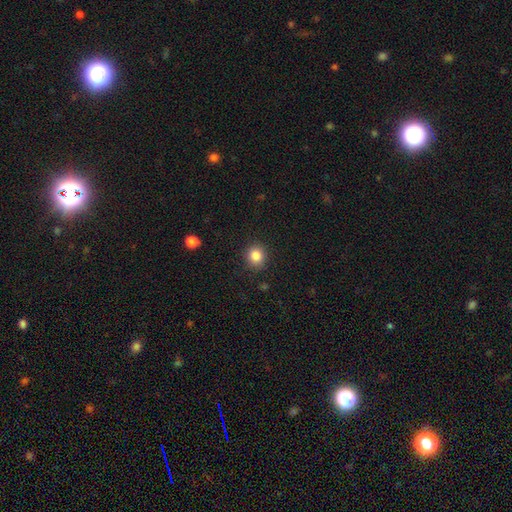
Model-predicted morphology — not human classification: smooth_or_featured: smooth (p=0.84) [alt: star or artifact p=0.11]
how_rounded: round (p=0.86) [alt: in between p=0.13]
merging: none (p=0.90) [alt: minor disturbance p=0.07]